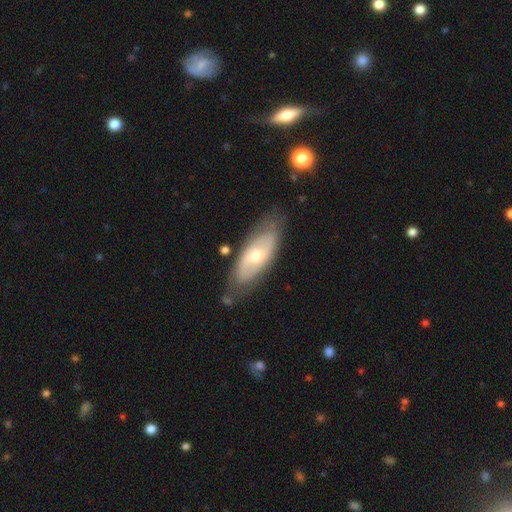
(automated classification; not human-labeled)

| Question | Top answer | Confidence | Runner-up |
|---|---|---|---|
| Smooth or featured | featured or disk | 62% | smooth (33%) |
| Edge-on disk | no | 85% | yes (15%) |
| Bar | no | 55% | weak (33%) |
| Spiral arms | yes | 60% | no (40%) |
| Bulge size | moderate | 58% | small (36%) |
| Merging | none | 75% | minor disturbance (18%) |